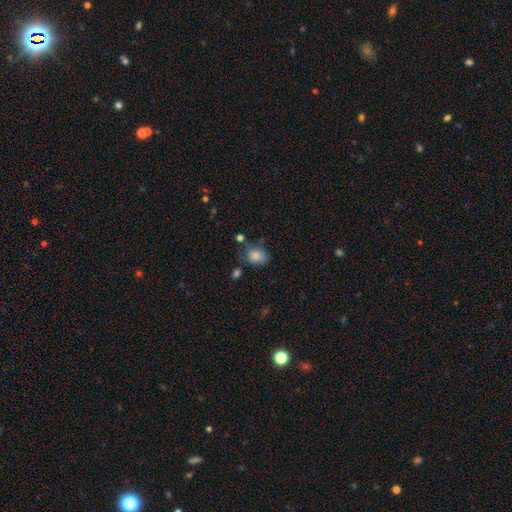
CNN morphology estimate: smooth_or_featured: smooth (p=0.82) [alt: star or artifact p=0.09]
how_rounded: in between (p=0.67) [alt: round p=0.32]
merging: none (p=0.54) [alt: minor disturbance p=0.28]